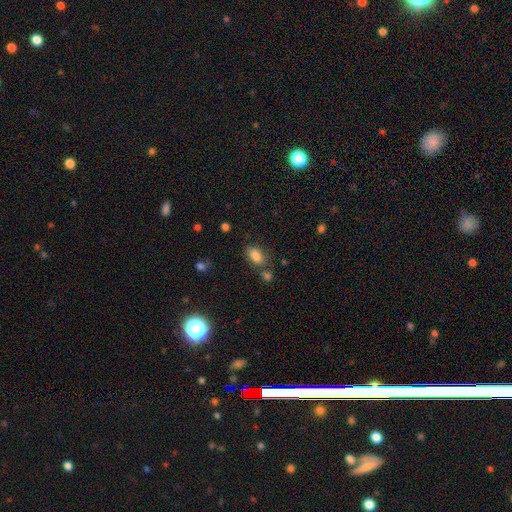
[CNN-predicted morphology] Smooth or featured? Predicted: smooth (p=0.84). How rounded? Predicted: in between (p=0.89). Merging? Predicted: none (p=0.67).